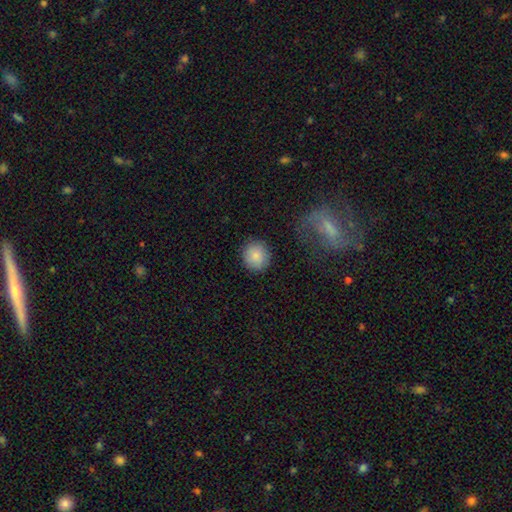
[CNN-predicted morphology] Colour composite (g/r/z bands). It shows a smooth galaxy with no disk features (86%) that is round (88%). Merging: none (87%).